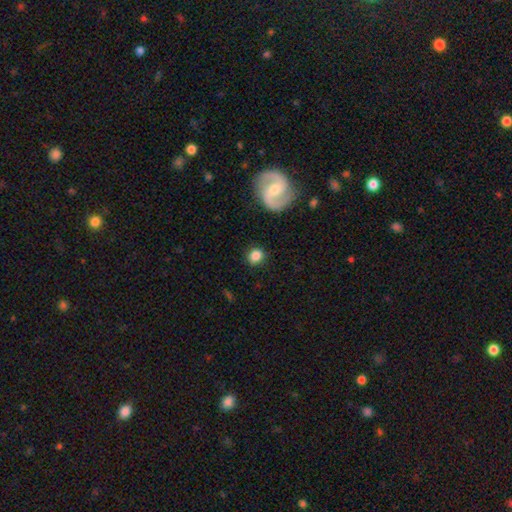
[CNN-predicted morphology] The model was most divided on "how rounded": round: 76%, in between: 23%, cigar-shaped: 1%. More confident: merging — none (87%); smooth or featured — smooth (81%).